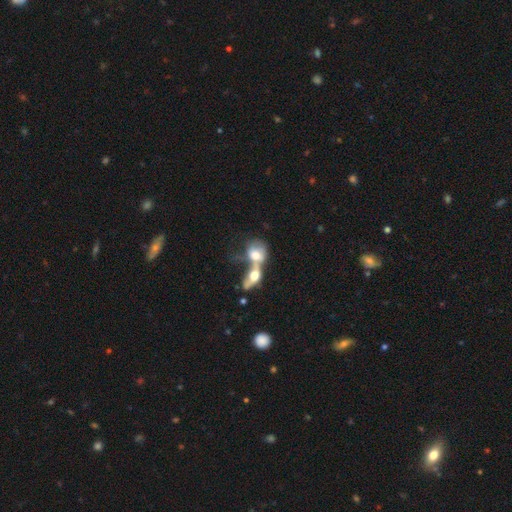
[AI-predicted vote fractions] Smooth or featured? Predicted: smooth (p=0.52). How rounded? Predicted: in between (p=0.65). Merging? Predicted: merger (p=0.82).